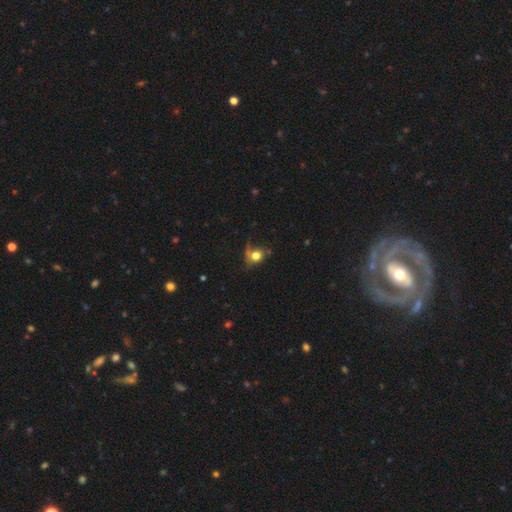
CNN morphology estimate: The model was most divided on "merging": none: 46%, minor disturbance: 23%, major disturbance: 21%, merger: 10%. More confident: smooth or featured — smooth (71%); how rounded — round (71%).